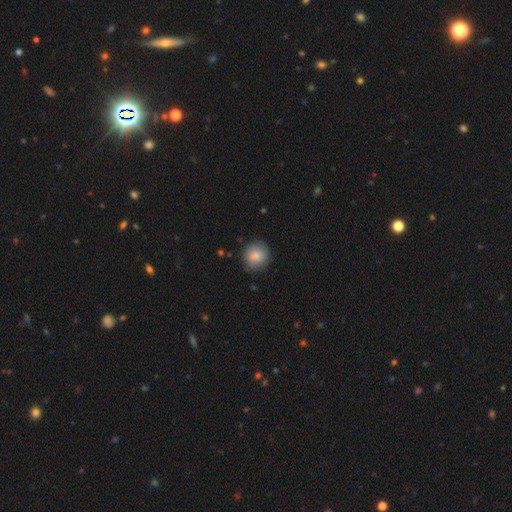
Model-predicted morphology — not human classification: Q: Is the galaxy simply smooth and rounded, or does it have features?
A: smooth — 84%.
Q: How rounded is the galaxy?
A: round — 87%.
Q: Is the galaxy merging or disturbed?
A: none — 84%.